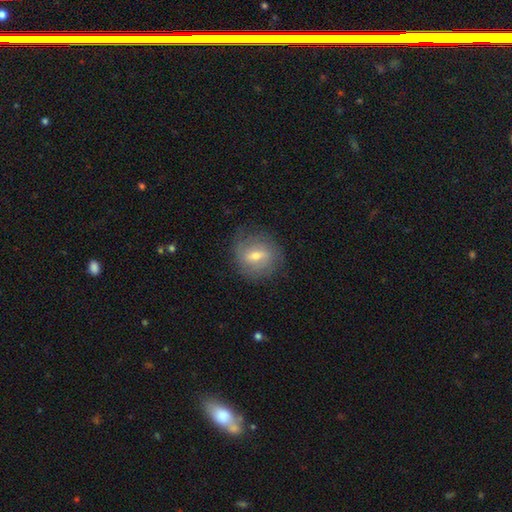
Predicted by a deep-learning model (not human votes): A featured or disk galaxy (54%). Merging: none (76%).